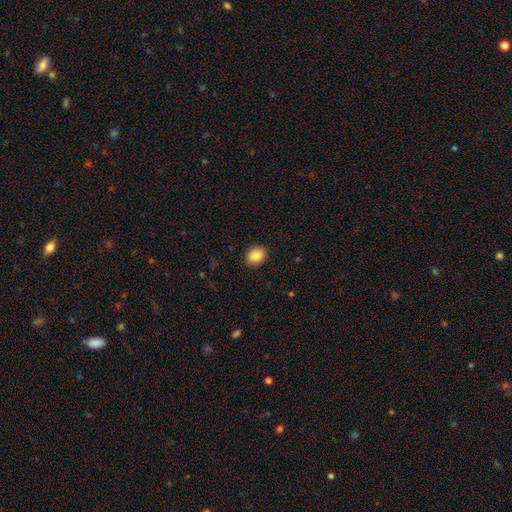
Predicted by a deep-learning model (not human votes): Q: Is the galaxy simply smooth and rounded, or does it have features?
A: smooth — 86%.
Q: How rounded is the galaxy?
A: in between — 54%.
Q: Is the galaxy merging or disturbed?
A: none — 90%.